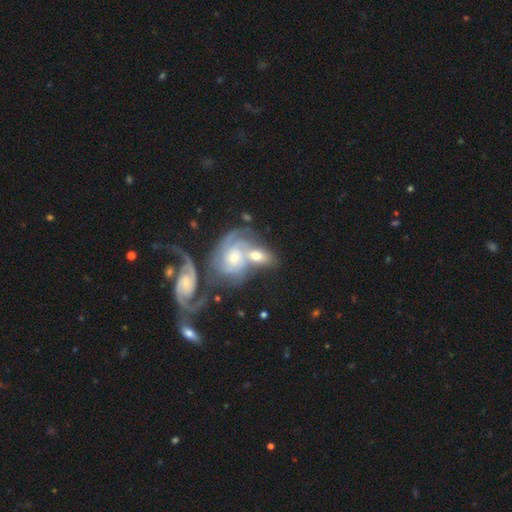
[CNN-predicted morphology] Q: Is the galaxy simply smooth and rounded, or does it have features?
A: featured or disk — 59%.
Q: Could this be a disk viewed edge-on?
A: no — 94%.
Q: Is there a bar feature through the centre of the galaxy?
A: no — 67%.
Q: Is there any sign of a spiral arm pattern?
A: yes — 87%.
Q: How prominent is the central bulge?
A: moderate — 44%.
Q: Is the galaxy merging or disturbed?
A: merger — 58%.